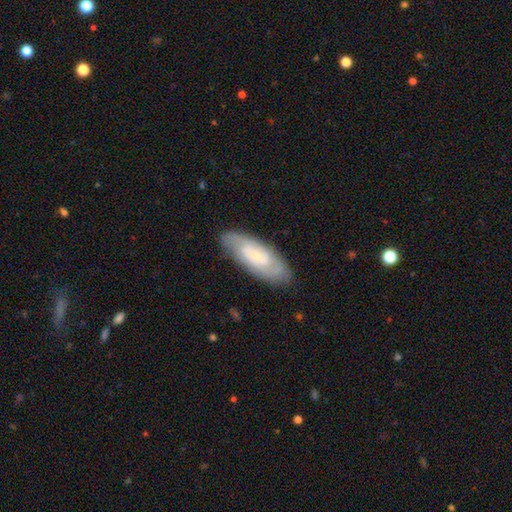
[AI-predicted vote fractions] Smooth or featured?
  - featured or disk: 60% *
  - smooth: 33%
  - star or artifact: 7%
Edge-on disk?
  - no: 88% *
  - yes: 12%
Bar?
  - no: 66% *
  - weak: 28%
  - strong: 6%
Spiral arms?
  - yes: 85% *
  - no: 15%
Bulge size?
  - small: 67% *
  - moderate: 21%
  - none: 8%
  - large: 3%
  - dominant: 1%
Merging?
  - none: 80% *
  - minor disturbance: 15%
  - major disturbance: 4%
  - merger: 1%